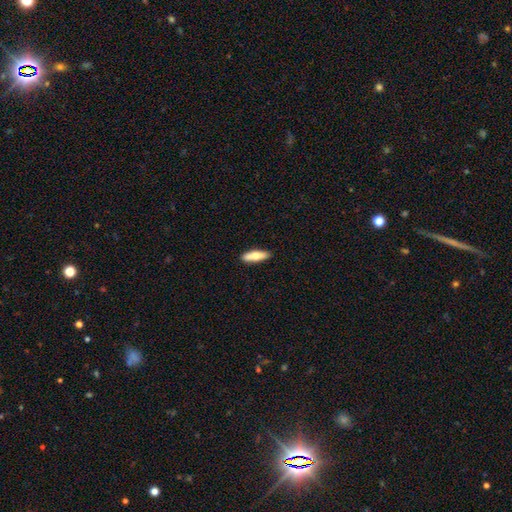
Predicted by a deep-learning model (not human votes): Overall: smooth (68%). How rounded: cigar-shaped (54%; in between 44%). Merging: none (89%).